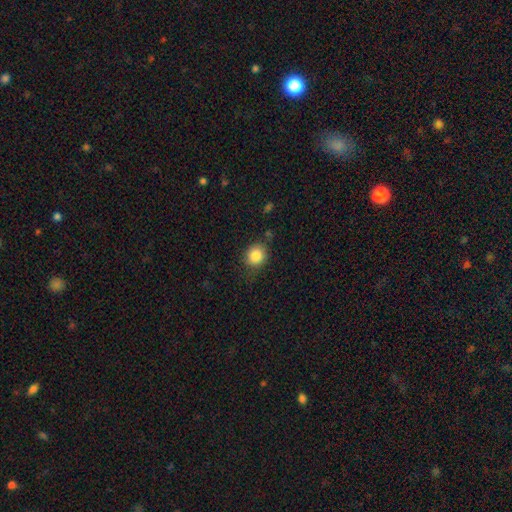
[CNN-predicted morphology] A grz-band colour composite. It shows a smooth galaxy with no disk features (85%) that is round (78%). Merging: none (74%).